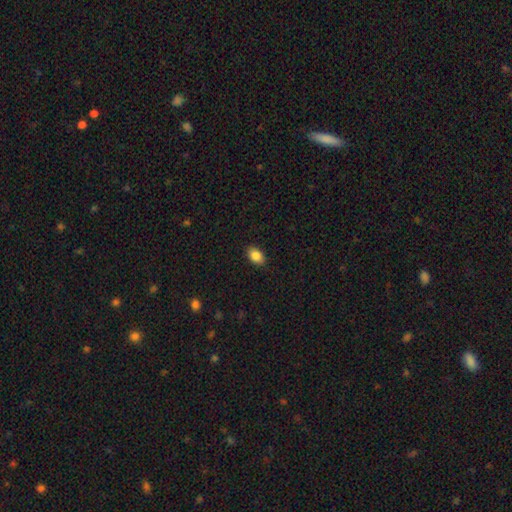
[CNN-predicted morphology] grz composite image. It shows a smooth galaxy with no disk features (87%) that is in between round and cigar-shaped (85%). Merging: none (90%).